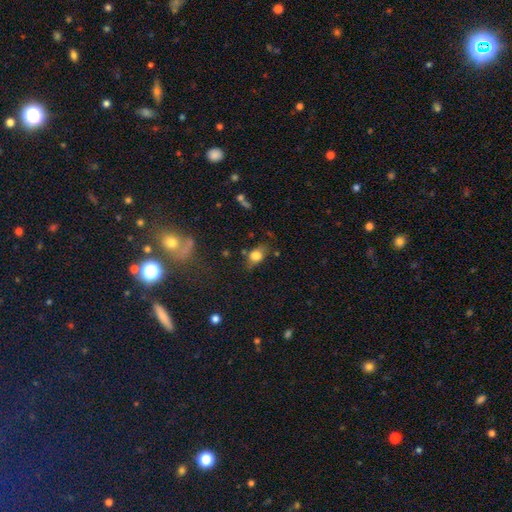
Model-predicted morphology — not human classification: The model was most divided on "merging": none: 62%, minor disturbance: 26%, major disturbance: 8%, merger: 4%. More confident: smooth or featured — smooth (76%); how rounded — in between (70%).